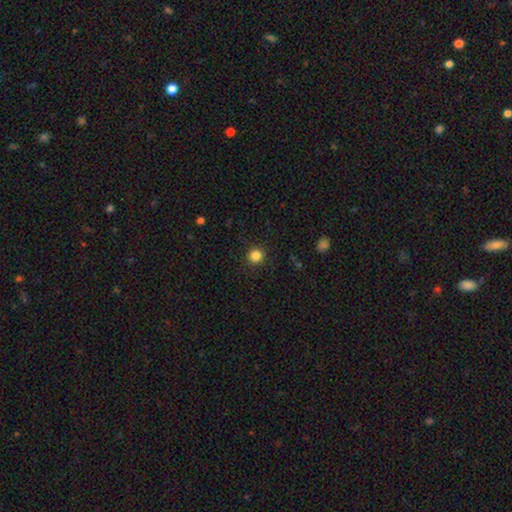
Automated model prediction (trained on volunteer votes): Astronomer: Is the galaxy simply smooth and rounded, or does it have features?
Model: smooth — 85%.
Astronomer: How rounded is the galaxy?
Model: round — 94%.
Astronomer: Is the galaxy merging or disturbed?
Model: none — 92%.